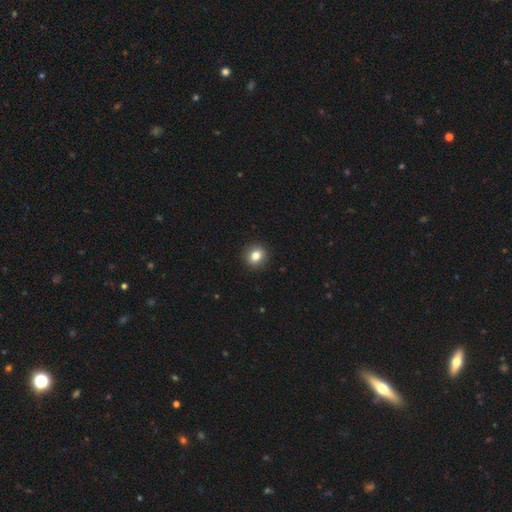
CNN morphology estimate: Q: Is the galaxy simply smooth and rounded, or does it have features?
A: smooth — 82%.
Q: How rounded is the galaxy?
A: round — 75%.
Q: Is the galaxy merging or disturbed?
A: none — 92%.